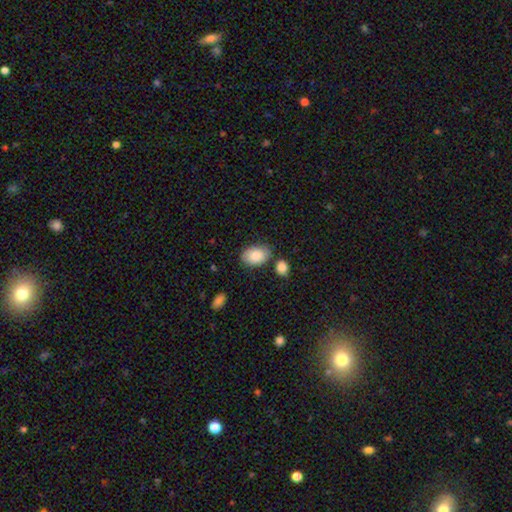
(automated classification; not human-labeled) smooth-or-featured: smooth: 86% | featured or disk: 8% | star or artifact: 6%
  how-rounded: in between: 86% | round: 13% | cigar-shaped: 1%
  merging: none: 71% | minor disturbance: 16% | merger: 9% | major disturbance: 4%